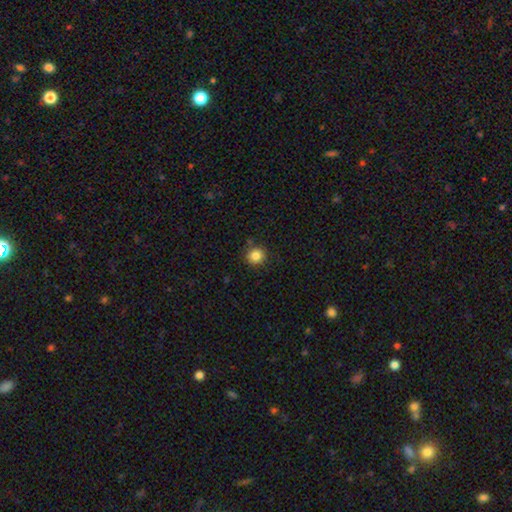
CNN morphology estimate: A smooth galaxy with no disk features (84%) that is round (91%).

Vote fractions:
- Smooth or featured? smooth: 84% / star or artifact: 11% / featured or disk: 5%
- How rounded? round: 91% / in between: 8% / cigar-shaped: 1%
- Merging? none: 86% / minor disturbance: 9% / major disturbance: 3% / merger: 2%